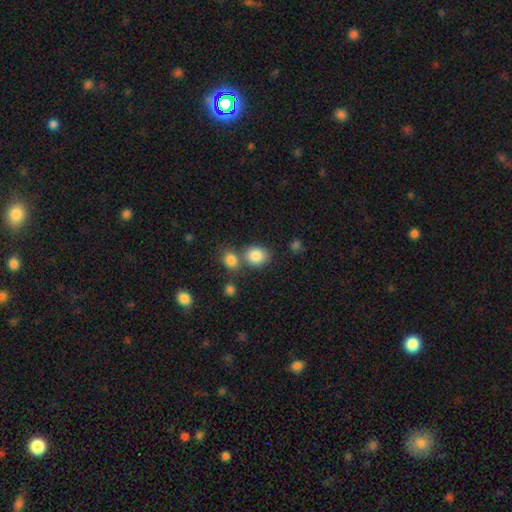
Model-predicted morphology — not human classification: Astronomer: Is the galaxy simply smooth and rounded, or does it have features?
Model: smooth — 85%.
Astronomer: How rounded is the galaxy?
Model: round — 67%.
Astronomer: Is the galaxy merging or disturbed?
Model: none — 58%.